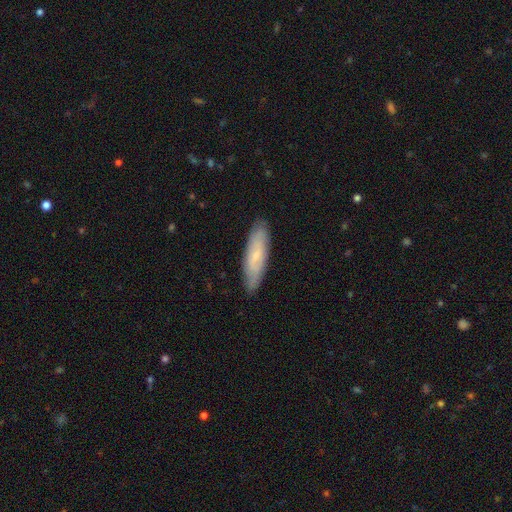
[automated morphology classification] smooth 56%, featured or disk 37%, star or artifact 6%. Down the decision tree: how rounded — cigar-shaped (61%); merging — none (85%).